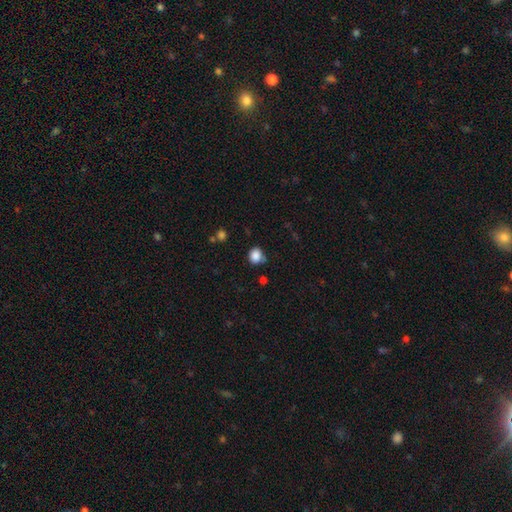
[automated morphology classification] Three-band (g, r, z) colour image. It shows a smooth galaxy with no disk features (86%) that is round (65%). Merging: none (68%).